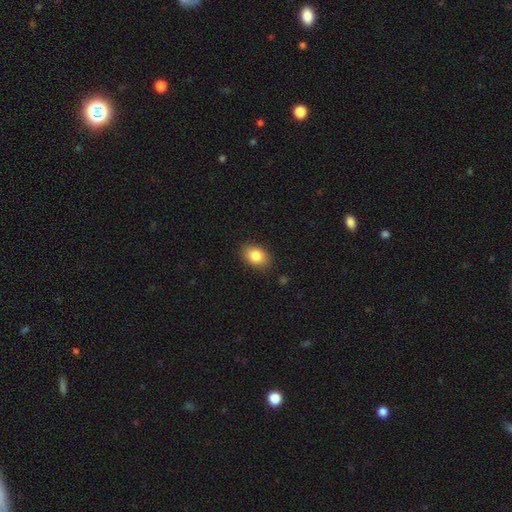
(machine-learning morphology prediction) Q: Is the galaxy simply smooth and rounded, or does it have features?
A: smooth — 84%.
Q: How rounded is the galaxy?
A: in between — 79%.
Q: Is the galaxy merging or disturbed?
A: none — 87%.